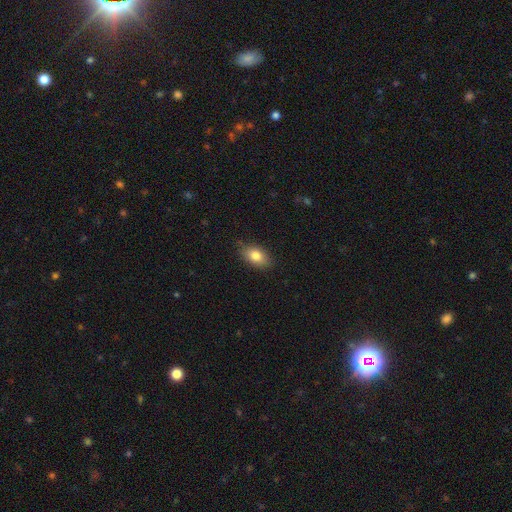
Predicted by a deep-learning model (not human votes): Smooth or featured? Predicted: smooth (p=0.82). How rounded? Predicted: in between (p=0.86). Merging? Predicted: none (p=0.82).